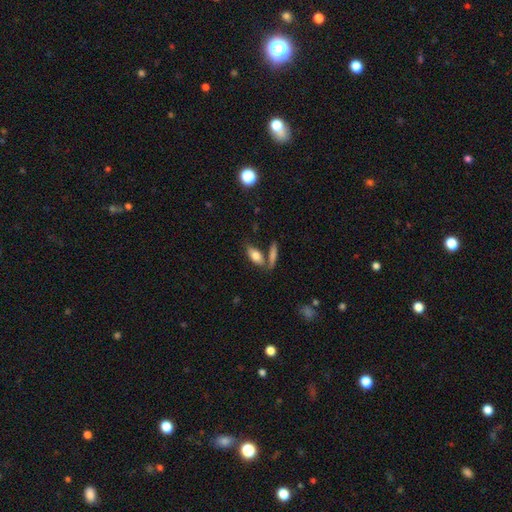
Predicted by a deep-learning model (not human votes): A smooth galaxy with no disk features (73%) that is in between round and cigar-shaped (77%). Merging: none (63%).